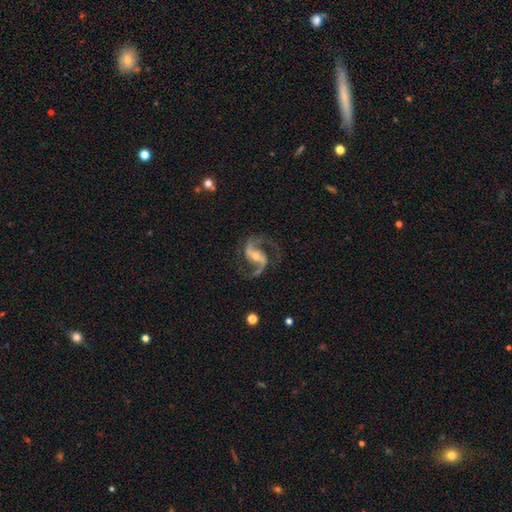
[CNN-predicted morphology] Smooth or featured? Predicted: featured or disk (p=0.92). Edge-on disk? Predicted: no (p=0.98). Bar? Predicted: weak (p=0.37). Spiral arms? Predicted: yes (p=0.98). Spiral winding? Predicted: medium (p=0.52). Spiral arm count? Predicted: 2 (p=0.94). Bulge size? Predicted: moderate (p=0.55). Merging? Predicted: none (p=0.78).